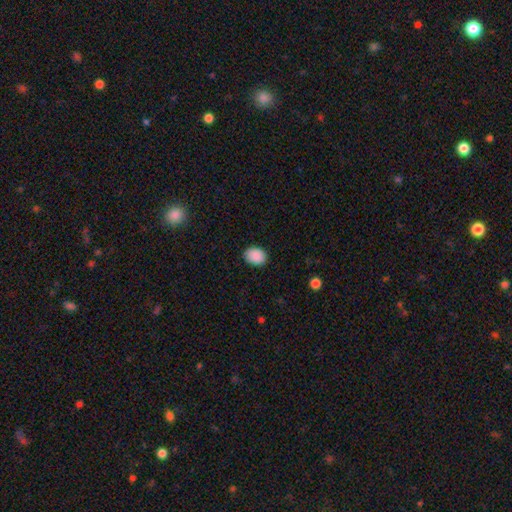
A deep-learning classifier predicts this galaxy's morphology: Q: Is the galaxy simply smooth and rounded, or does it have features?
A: smooth — 90%.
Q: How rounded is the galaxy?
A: in between — 63%.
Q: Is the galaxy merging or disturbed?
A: none — 84%.